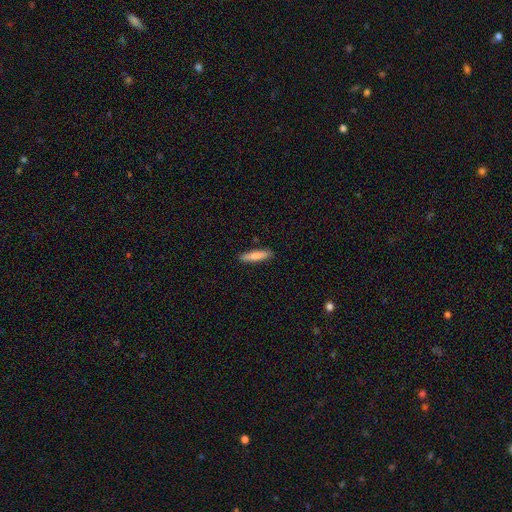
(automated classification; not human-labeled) smooth 81%, featured or disk 13%, star or artifact 6%. Down the decision tree: how rounded — cigar-shaped (80%); merging — none (88%).